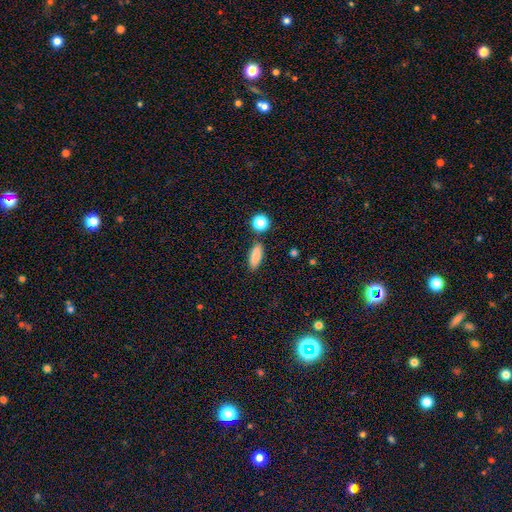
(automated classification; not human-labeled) This is clearly a smooth galaxy (85%). How rounded: likely in between (64%). Merging: clearly none (82%).